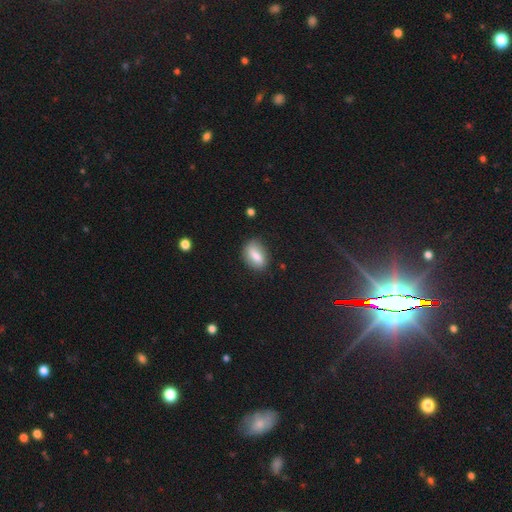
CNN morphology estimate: Smooth or featured?
  - smooth: 76% *
  - featured or disk: 16%
  - star or artifact: 8%
How rounded?
  - in between: 82% *
  - round: 11%
  - cigar-shaped: 7%
Merging?
  - none: 77% *
  - minor disturbance: 17%
  - major disturbance: 4%
  - merger: 2%